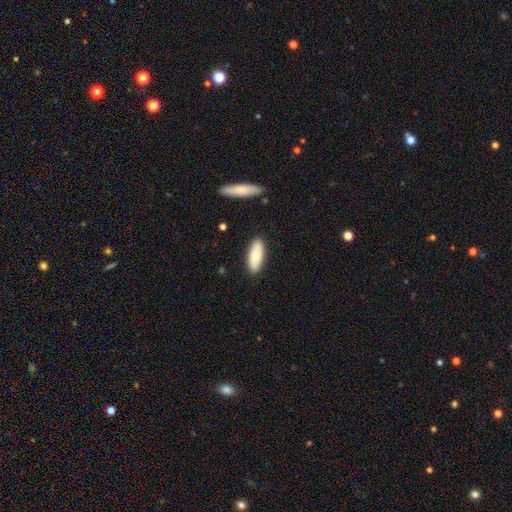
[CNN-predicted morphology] Overall: smooth (69%). How rounded: in between (75%). Merging: none (87%).